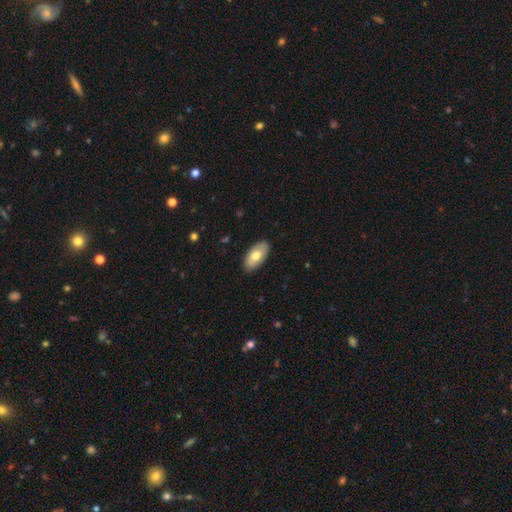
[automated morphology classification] Q: Smooth or featured?
A: smooth (71%); runner-up: featured or disk (23%)
Q: How rounded?
A: in between (94%); runner-up: cigar-shaped (3%)
Q: Merging?
A: none (88%); runner-up: minor disturbance (9%)